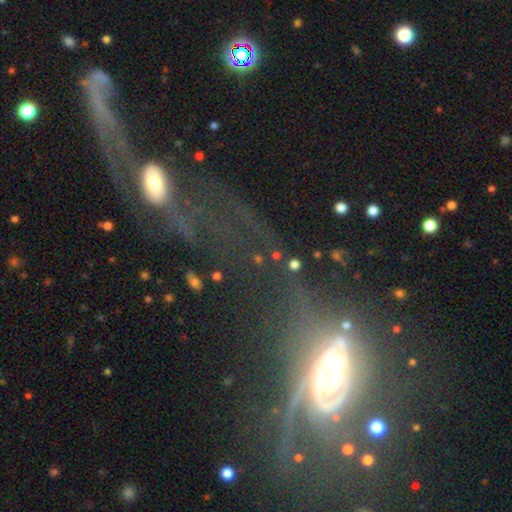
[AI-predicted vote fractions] Overall: featured or disk (62%). Edge-on disk: no (76%). Merging: major disturbance (43%; none 24%).